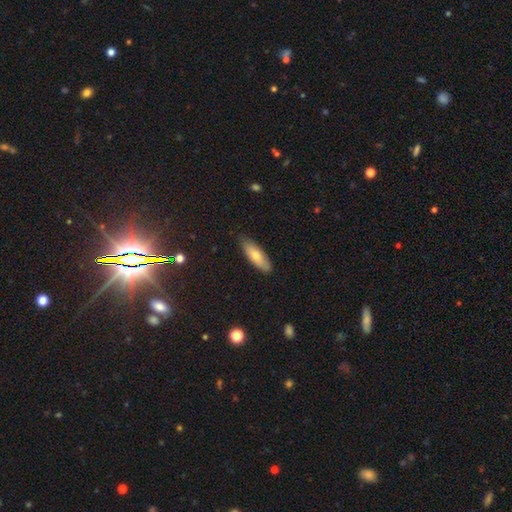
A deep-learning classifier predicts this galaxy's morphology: Smooth or featured? smooth (74%)
How rounded? in between (58%)
Merging? none (83%)